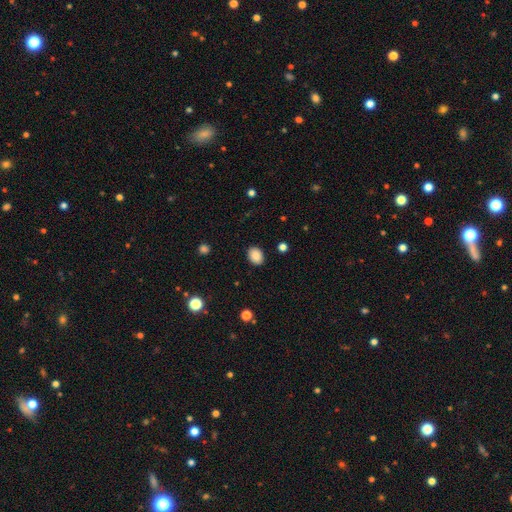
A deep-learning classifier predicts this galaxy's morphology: Smooth or featured? smooth (88%)
How rounded? in between (64%)
Merging? none (89%)